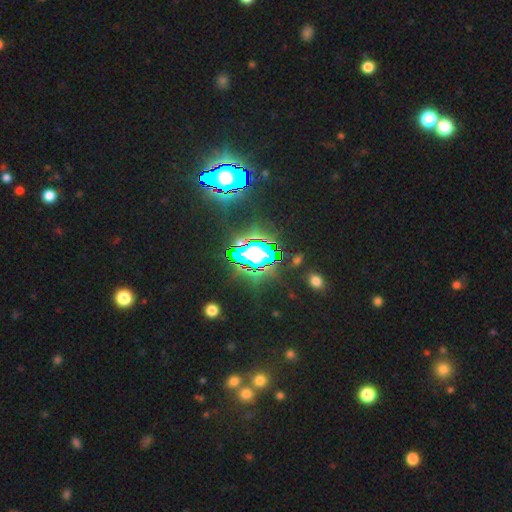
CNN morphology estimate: Smooth or featured? star or artifact (81%)